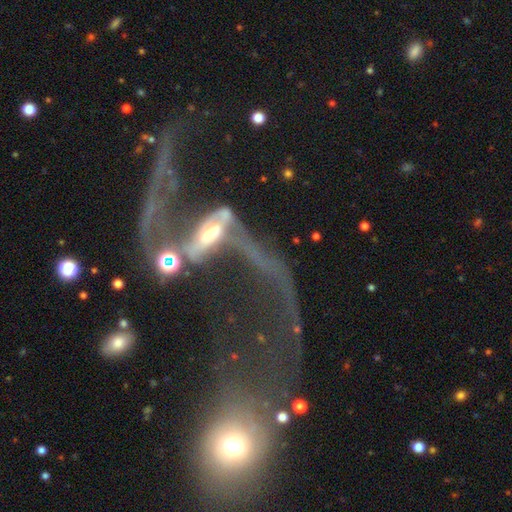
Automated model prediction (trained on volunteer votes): Smooth or featured? featured or disk (84%)
Edge-on disk? no (90%)
Bar? no (34%)
Spiral arms? yes (85%)
Spiral winding? loose (92%)
Spiral arm count? 2 (90%)
Bulge size? small (47%)
Merging? merger (31%, tied with major disturbance)